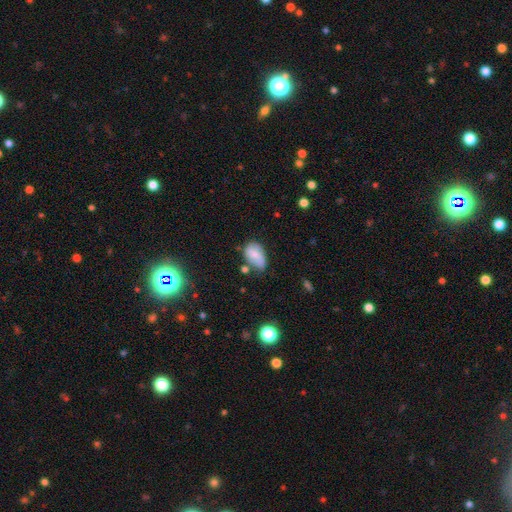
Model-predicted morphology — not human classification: Overall: smooth (64%; featured or disk 26%). How rounded: in between (89%). Merging: none (51%; minor disturbance 32%).